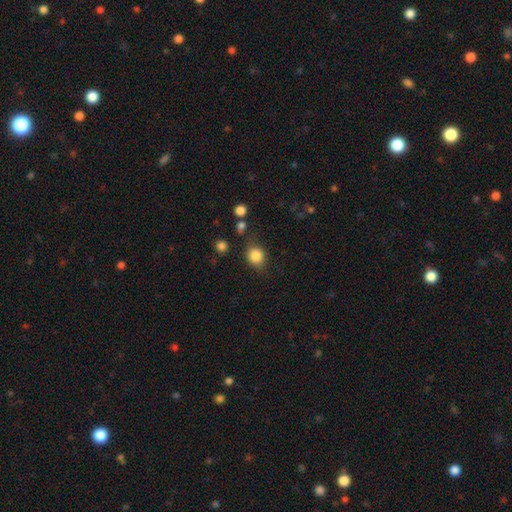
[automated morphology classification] Smooth or featured?
  - smooth: 85% *
  - star or artifact: 10%
  - featured or disk: 5%
How rounded?
  - round: 68% *
  - in between: 31%
  - cigar-shaped: 1%
Merging?
  - none: 75% *
  - minor disturbance: 16%
  - major disturbance: 5%
  - merger: 4%